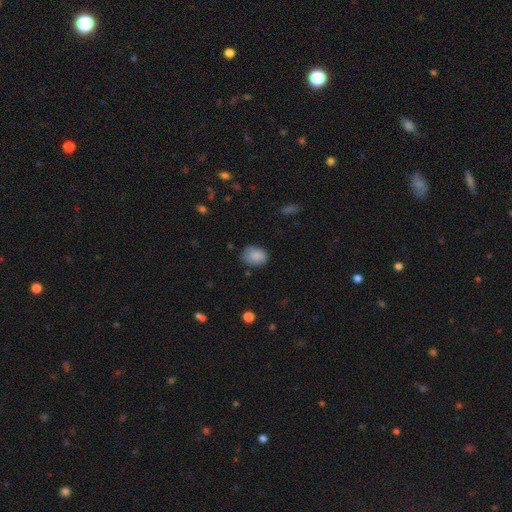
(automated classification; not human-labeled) smooth-or-featured: smooth: 87% | star or artifact: 8% | featured or disk: 5%
  how-rounded: in between: 65% | round: 34% | cigar-shaped: 1%
  merging: none: 72% | minor disturbance: 22% | major disturbance: 5% | merger: 2%